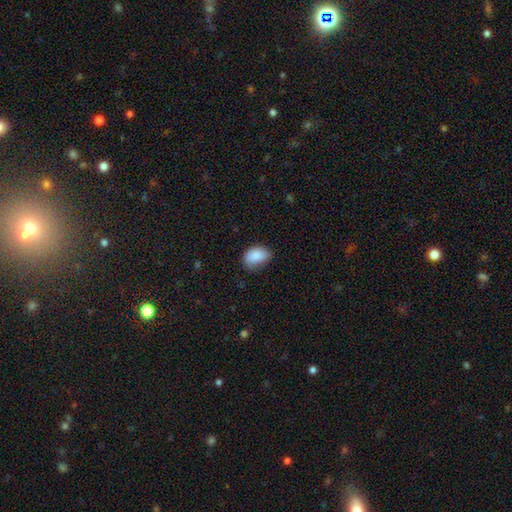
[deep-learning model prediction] A smooth galaxy with no disk features (87%) that is in between round and cigar-shaped (83%).

Vote fractions:
- Smooth or featured? smooth: 87% / star or artifact: 8% / featured or disk: 5%
- How rounded? in between: 83% / round: 15% / cigar-shaped: 1%
- Merging? none: 63% / minor disturbance: 30% / major disturbance: 6% / merger: 1%